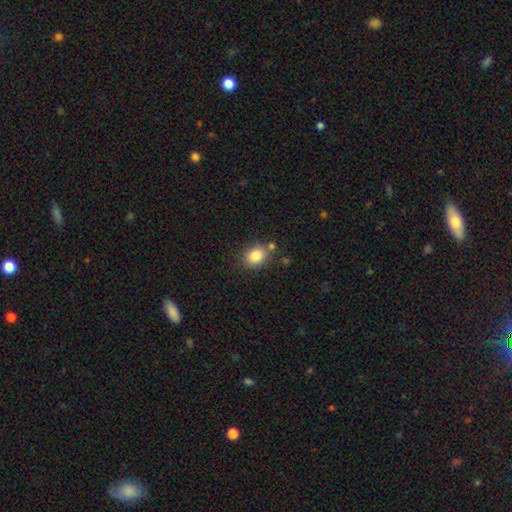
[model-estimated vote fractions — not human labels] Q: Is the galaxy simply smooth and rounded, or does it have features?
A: smooth — 84%.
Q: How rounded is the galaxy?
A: in between — 54%.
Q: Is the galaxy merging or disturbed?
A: none — 75%.